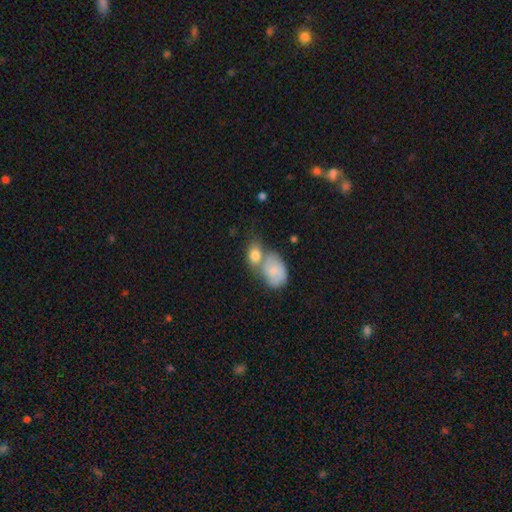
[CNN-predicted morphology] Smooth or featured?
  - smooth: 72% *
  - featured or disk: 20%
  - star or artifact: 8%
How rounded?
  - in between: 78% *
  - round: 19%
  - cigar-shaped: 3%
Merging?
  - merger: 53% *
  - none: 30%
  - minor disturbance: 12%
  - major disturbance: 5%